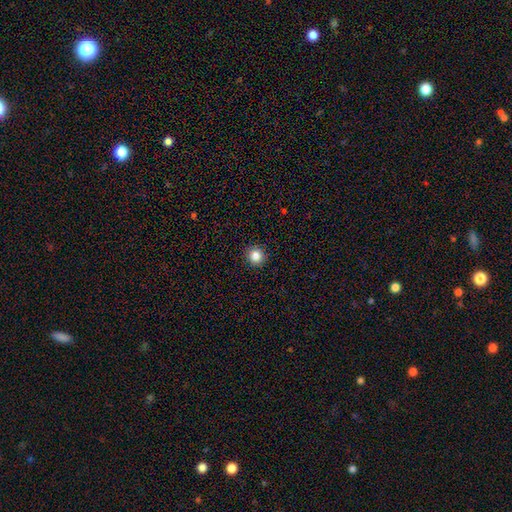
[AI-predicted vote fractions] Overall: smooth (84%). How rounded: round (94%). Merging: none (93%).